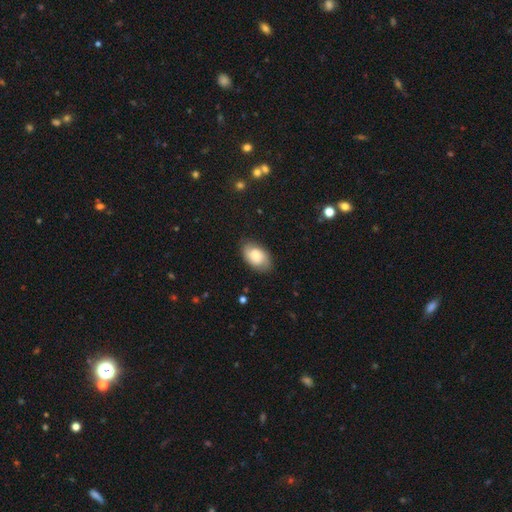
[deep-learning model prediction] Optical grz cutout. It shows a smooth galaxy with no disk features (59%) that is in between round and cigar-shaped (90%). Merging: none (79%).